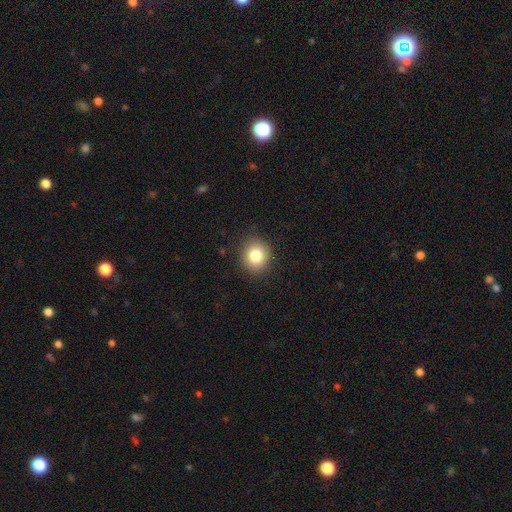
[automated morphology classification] Smooth or featured: smooth — 82% (star or artifact — 10%)
How rounded: round — 79% (in between — 20%)
Merging: none — 89% (minor disturbance — 8%)